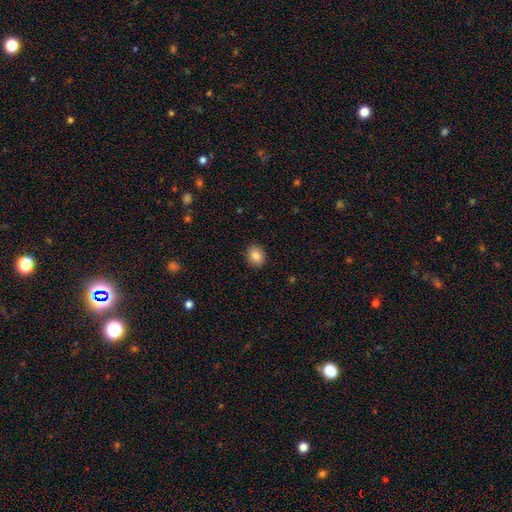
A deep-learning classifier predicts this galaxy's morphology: This appears to be a smooth galaxy with no disk features (85%) that is round (54%). Merging: none (90%).